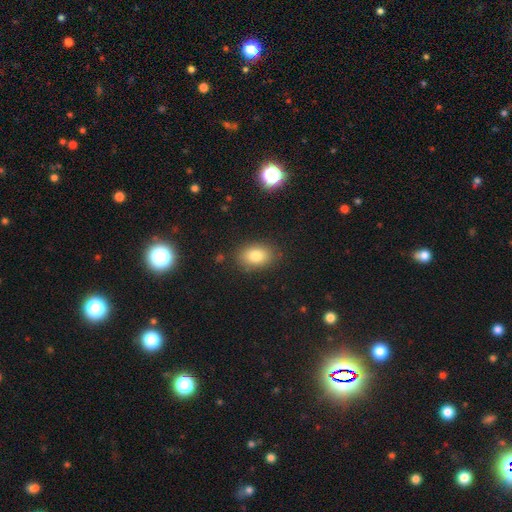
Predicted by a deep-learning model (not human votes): A smooth galaxy with no disk features (82%) that is in between round and cigar-shaped (81%).

Vote fractions:
- Smooth or featured? smooth: 82% / star or artifact: 10% / featured or disk: 9%
- How rounded? in between: 81% / round: 18% / cigar-shaped: 1%
- Merging? none: 85% / minor disturbance: 10% / major disturbance: 3% / merger: 2%